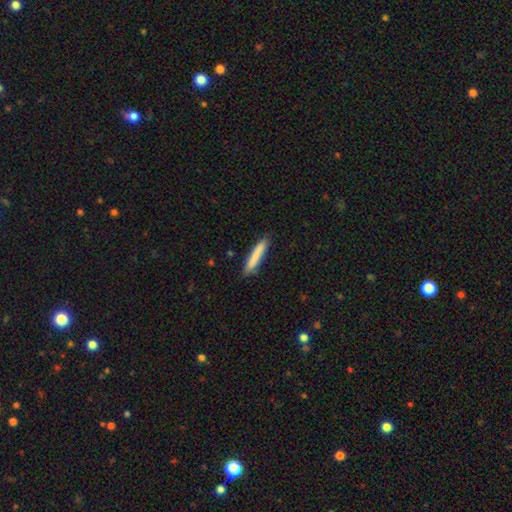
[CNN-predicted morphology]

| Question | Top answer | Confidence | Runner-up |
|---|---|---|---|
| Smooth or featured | smooth | 81% | featured or disk (13%) |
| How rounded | cigar-shaped | 91% | in between (8%) |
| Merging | none | 86% | minor disturbance (11%) |